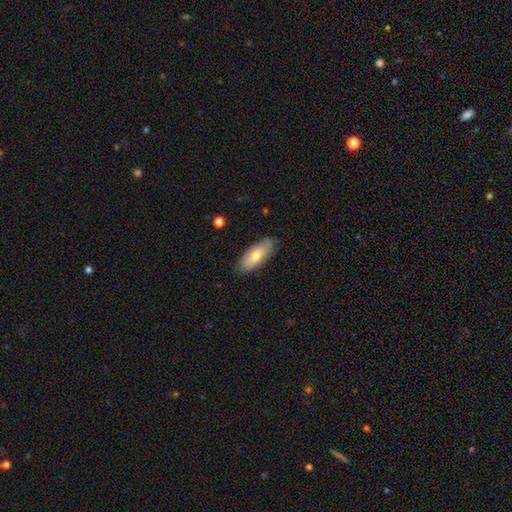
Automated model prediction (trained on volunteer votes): smooth_or_featured: smooth (p=0.74) [alt: featured or disk p=0.20]
how_rounded: in between (p=0.74) [alt: cigar-shaped p=0.24]
merging: none (p=0.86) [alt: minor disturbance p=0.11]